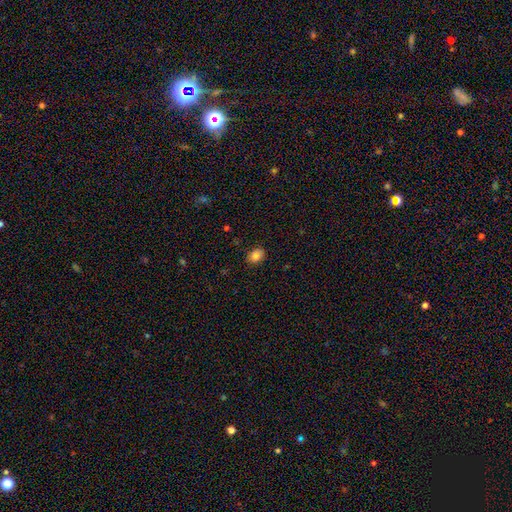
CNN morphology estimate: The model was most divided on "how rounded": in between: 62%, round: 37%, cigar-shaped: 1%. More confident: merging — none (86%); smooth or featured — smooth (85%).